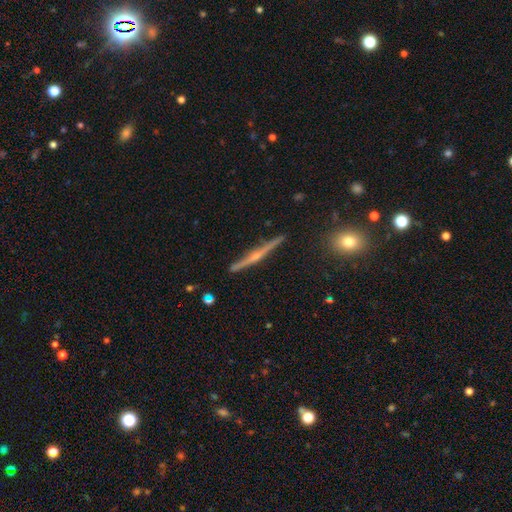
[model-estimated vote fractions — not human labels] Smooth or featured?
  - featured or disk: 82% *
  - smooth: 12%
  - star or artifact: 6%
Edge-on disk?
  - yes: 98% *
  - no: 2%
Edge-on bulge?
  - rounded: 85% *
  - none: 10%
  - boxy: 5%
Merging?
  - none: 90% *
  - minor disturbance: 7%
  - major disturbance: 1%
  - merger: 1%